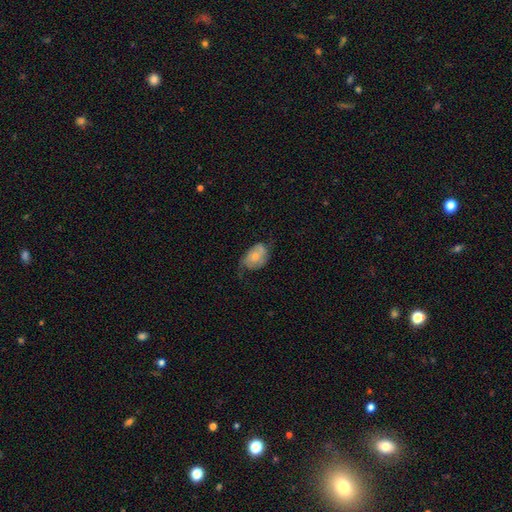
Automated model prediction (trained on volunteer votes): Overall: smooth (58%; featured or disk 35%). How rounded: in between (85%). Merging: none (41%; minor disturbance 37%).